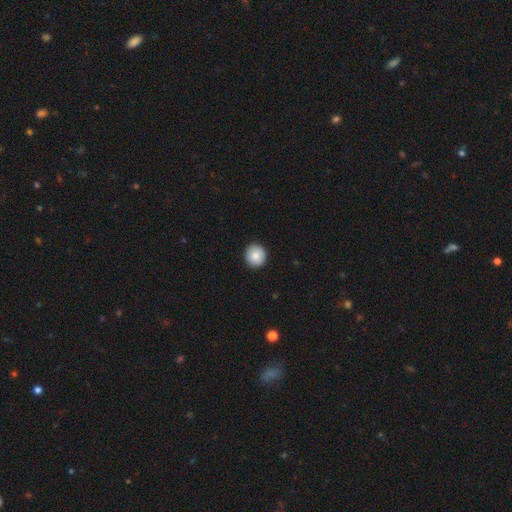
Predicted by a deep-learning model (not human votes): Q: Smooth or featured?
A: smooth (85%); runner-up: star or artifact (8%)
Q: How rounded?
A: round (93%); runner-up: in between (6%)
Q: Merging?
A: none (92%); runner-up: minor disturbance (6%)